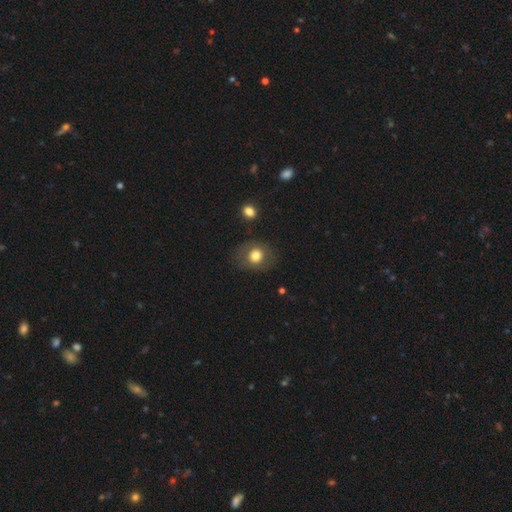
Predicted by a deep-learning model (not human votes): Q: Smooth or featured?
A: smooth (76%); runner-up: featured or disk (15%)
Q: How rounded?
A: round (67%); runner-up: in between (33%)
Q: Merging?
A: none (79%); runner-up: minor disturbance (13%)